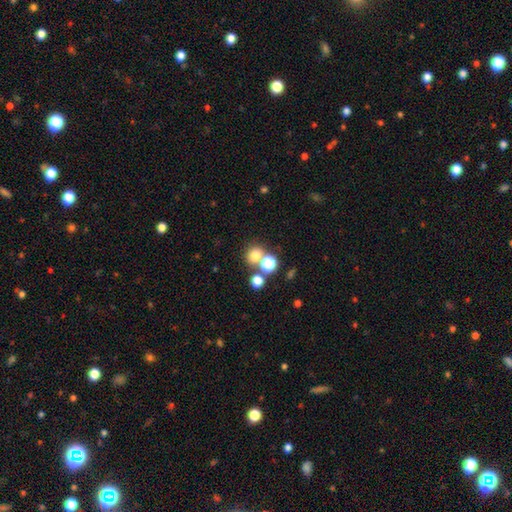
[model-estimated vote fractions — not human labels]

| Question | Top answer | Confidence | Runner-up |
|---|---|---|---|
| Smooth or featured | smooth | 72% | star or artifact (19%) |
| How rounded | round | 80% | in between (19%) |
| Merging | none | 59% | merger (29%) |